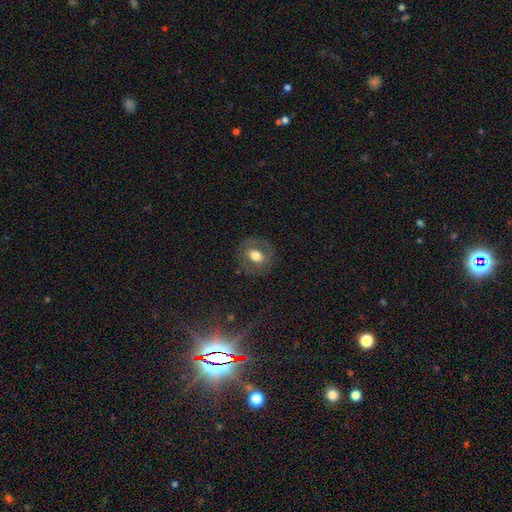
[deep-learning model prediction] Smooth or featured? Predicted: smooth (p=0.50). How rounded? Predicted: round (p=0.66). Merging? Predicted: none (p=0.80).